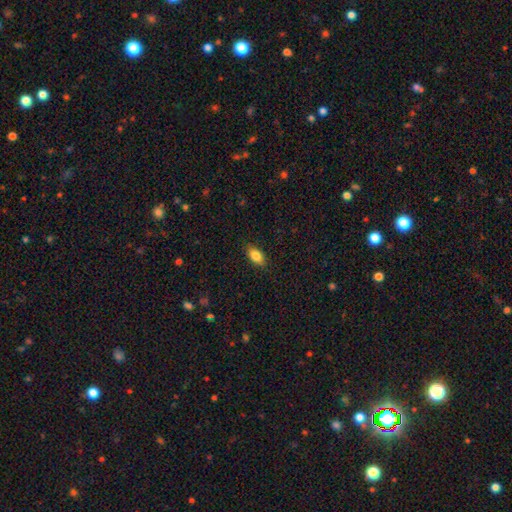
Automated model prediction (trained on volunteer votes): This is clearly a smooth galaxy (83%). How rounded: clearly in between (87%). Merging: clearly none (86%).